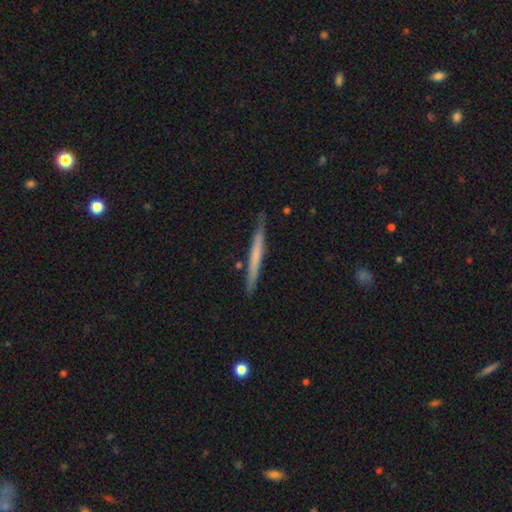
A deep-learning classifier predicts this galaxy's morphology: Smooth or featured: smooth — 51% (featured or disk — 44%)
How rounded: cigar-shaped — 97% (in between — 2%)
Merging: none — 85% (minor disturbance — 11%)